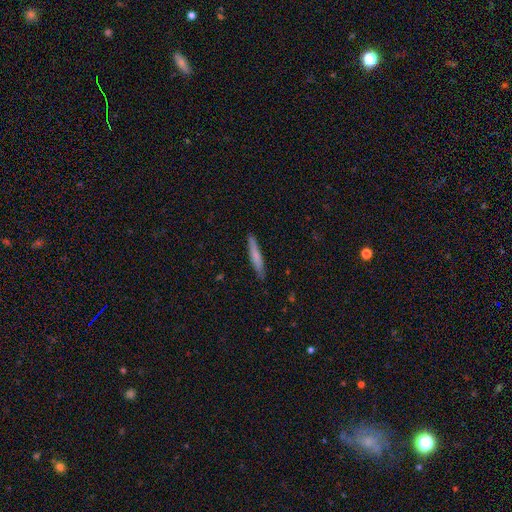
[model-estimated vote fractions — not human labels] Q: Smooth or featured?
A: smooth (69%); runner-up: featured or disk (25%)
Q: How rounded?
A: cigar-shaped (94%); runner-up: in between (4%)
Q: Merging?
A: none (88%); runner-up: minor disturbance (9%)